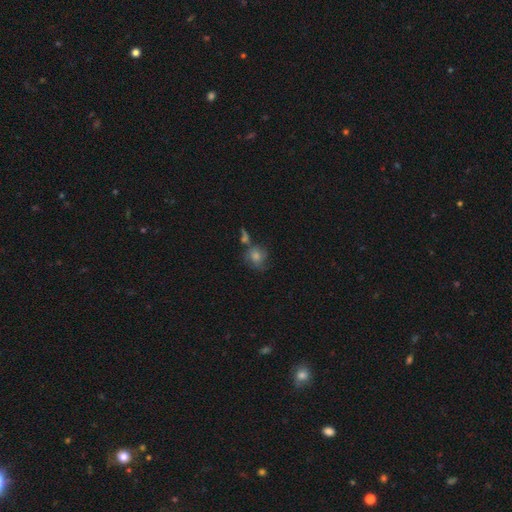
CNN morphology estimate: This is possibly a smooth galaxy (48%). Merging: possibly none (58%).